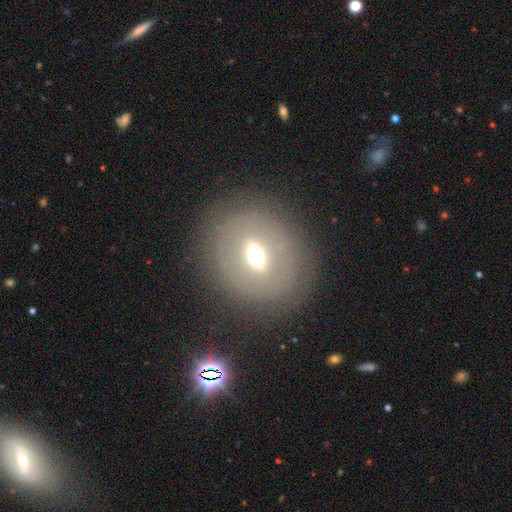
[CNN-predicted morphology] Smooth or featured? featured or disk (56%)
Edge-on disk? no (81%)
Merging? none (80%)